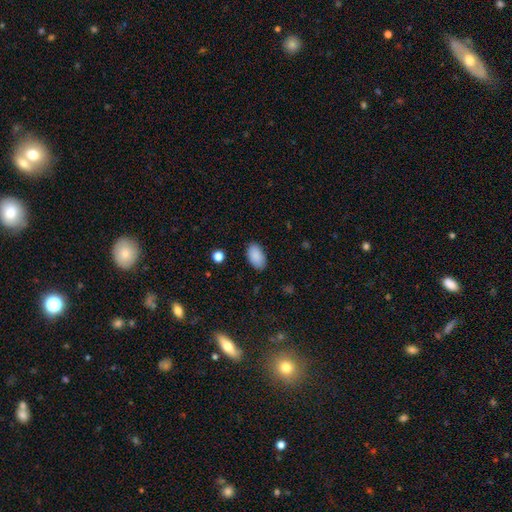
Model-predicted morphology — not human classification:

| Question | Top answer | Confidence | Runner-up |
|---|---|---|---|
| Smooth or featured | smooth | 89% | star or artifact (7%) |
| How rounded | in between | 94% | round (4%) |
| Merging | none | 85% | minor disturbance (11%) |